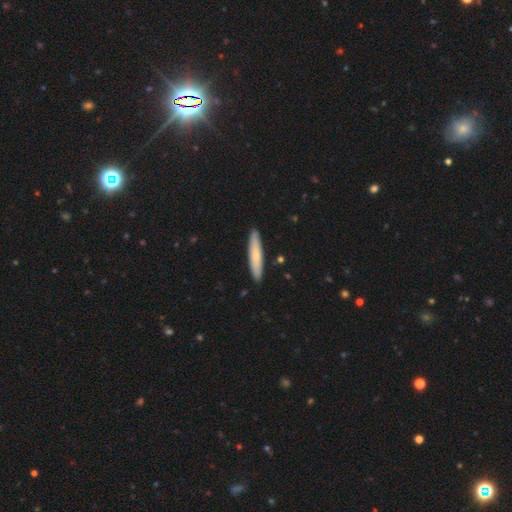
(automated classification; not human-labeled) Smooth or featured?
  - smooth: 67% *
  - featured or disk: 27%
  - star or artifact: 5%
How rounded?
  - cigar-shaped: 89% *
  - in between: 10%
  - round: 1%
Merging?
  - none: 90% *
  - minor disturbance: 7%
  - merger: 1%
  - major disturbance: 1%